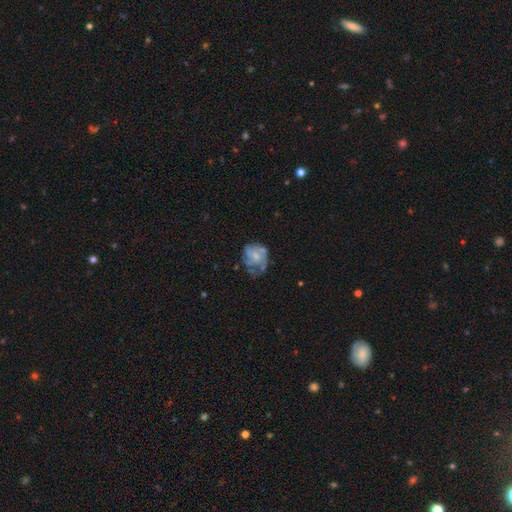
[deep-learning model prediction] Smooth or featured: featured or disk — 67% (smooth — 25%)
Edge-on disk: no — 98% (yes — 2%)
Bar: no — 73% (weak — 23%)
Spiral arms: yes — 69% (no — 31%)
Bulge size: small — 47% (moderate — 32%)
Merging: none — 44% (major disturbance — 26%)